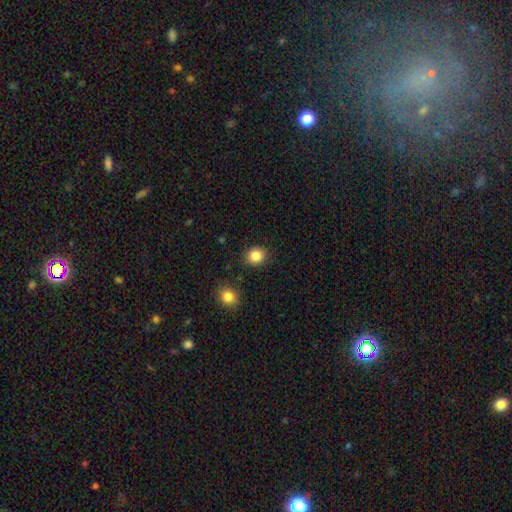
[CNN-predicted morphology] smooth_or_featured: smooth (p=0.86) [alt: star or artifact p=0.10]
how_rounded: round (p=0.75) [alt: in between p=0.25]
merging: none (p=0.87) [alt: minor disturbance p=0.08]